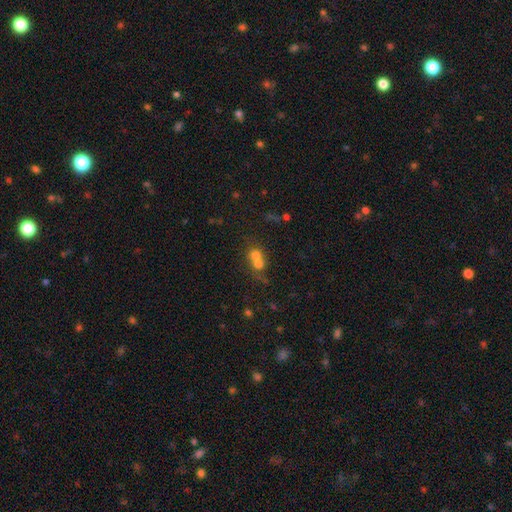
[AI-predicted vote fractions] This is likely a smooth galaxy (66%). How rounded: likely round (78%). Merging: likely merger (68%).